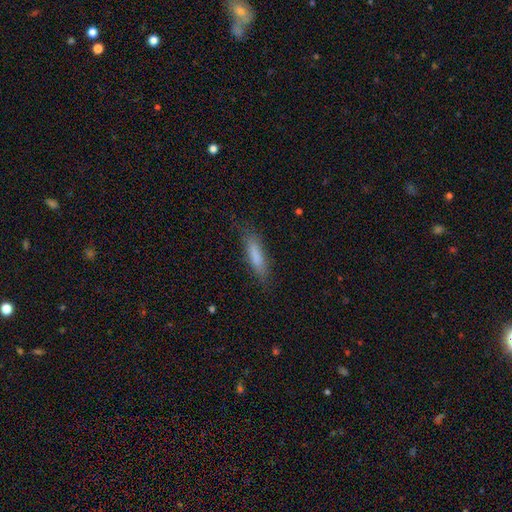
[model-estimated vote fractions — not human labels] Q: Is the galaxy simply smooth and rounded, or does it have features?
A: smooth — 80%.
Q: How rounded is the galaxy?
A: cigar-shaped — 73%.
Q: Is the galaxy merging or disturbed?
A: none — 80%.